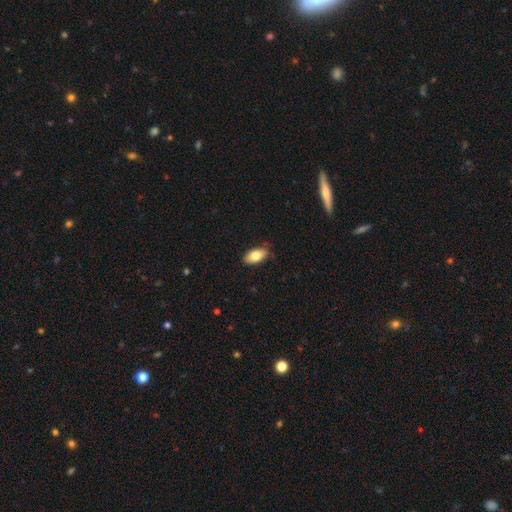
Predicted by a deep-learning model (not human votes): smooth 78%, featured or disk 15%, star or artifact 7%. Down the decision tree: how rounded — in between (91%); merging — none (80%).